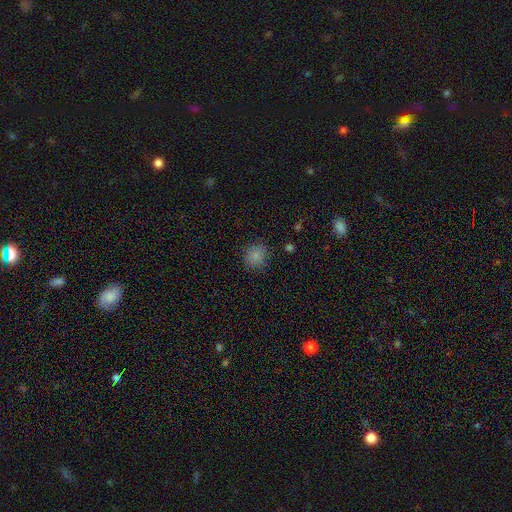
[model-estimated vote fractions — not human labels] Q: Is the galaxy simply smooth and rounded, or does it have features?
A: smooth — 82%.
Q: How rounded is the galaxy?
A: round — 82%.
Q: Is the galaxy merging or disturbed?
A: none — 83%.